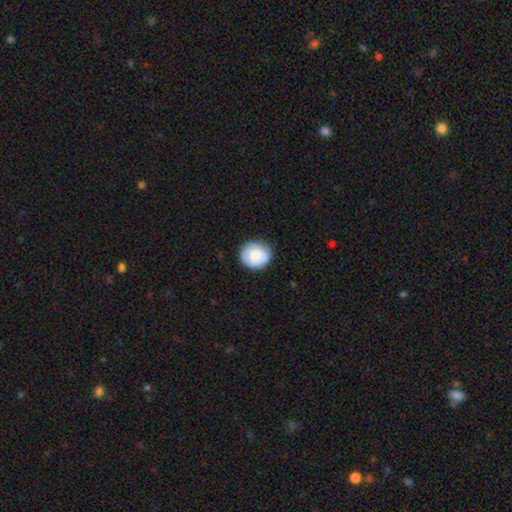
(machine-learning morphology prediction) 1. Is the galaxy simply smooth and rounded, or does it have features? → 81% smooth, 12% featured or disk, 7% star or artifact.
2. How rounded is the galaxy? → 82% round, 17% in between, 1% cigar-shaped.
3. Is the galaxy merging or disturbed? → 79% none, 16% minor disturbance, 4% major disturbance, 1% merger.